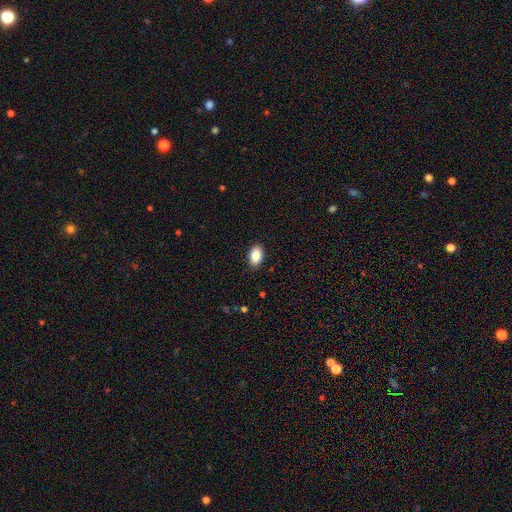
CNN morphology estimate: Smooth or featured? smooth (87%)
How rounded? in between (92%)
Merging? none (89%)